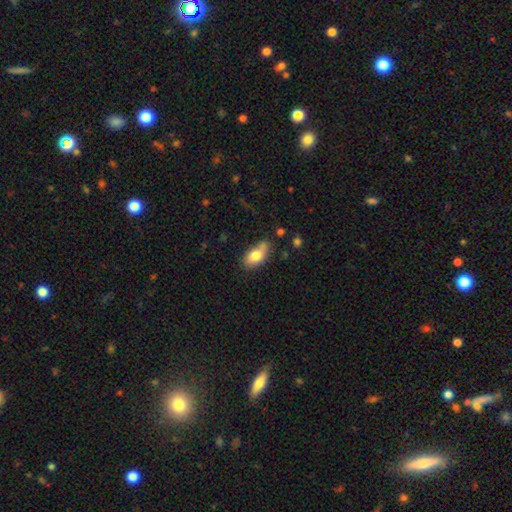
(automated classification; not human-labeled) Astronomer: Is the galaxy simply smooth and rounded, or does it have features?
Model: smooth — 79%.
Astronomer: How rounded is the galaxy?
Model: in between — 90%.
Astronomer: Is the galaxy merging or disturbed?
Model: none — 59%.